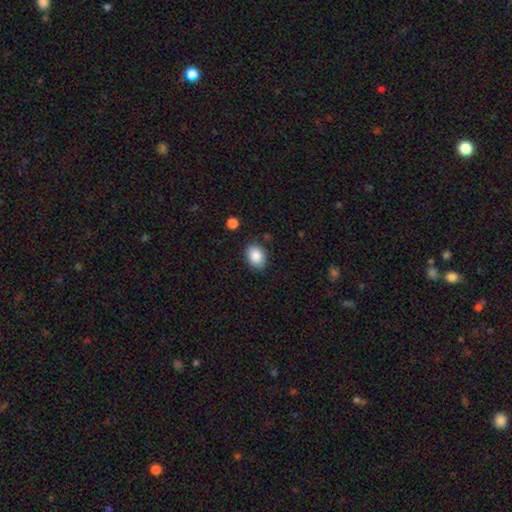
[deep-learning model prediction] smooth-or-featured: smooth: 87% | star or artifact: 8% | featured or disk: 6%
  how-rounded: in between: 74% | round: 25% | cigar-shaped: 1%
  merging: none: 84% | minor disturbance: 11% | major disturbance: 3% | merger: 2%